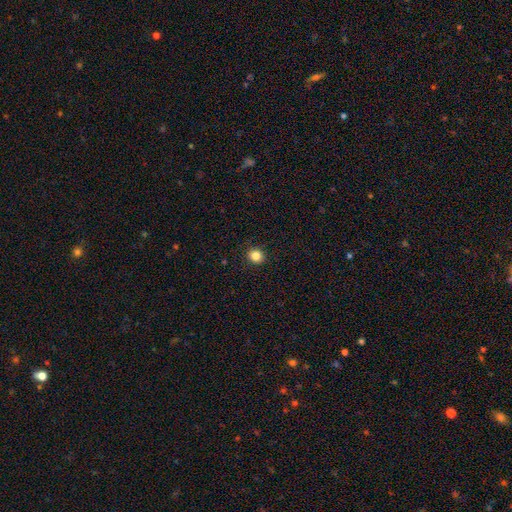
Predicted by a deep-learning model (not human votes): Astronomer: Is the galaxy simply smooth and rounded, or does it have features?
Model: smooth — 84%.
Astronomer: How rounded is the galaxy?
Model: round — 87%.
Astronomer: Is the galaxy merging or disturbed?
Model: none — 92%.